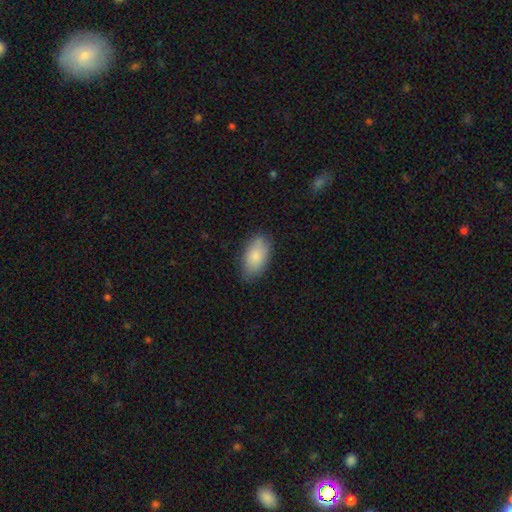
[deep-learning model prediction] Smooth or featured? Predicted: smooth (p=0.85). How rounded? Predicted: in between (p=0.94). Merging? Predicted: none (p=0.81).